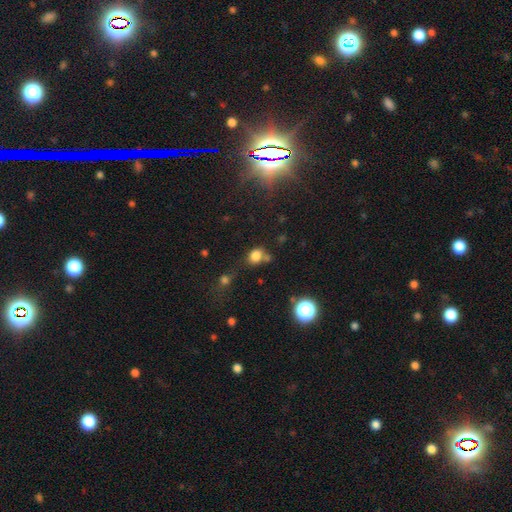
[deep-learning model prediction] The model was most divided on "how rounded": round: 53%, in between: 46%, cigar-shaped: 1%. More confident: smooth or featured — smooth (78%); merging — none (53%).